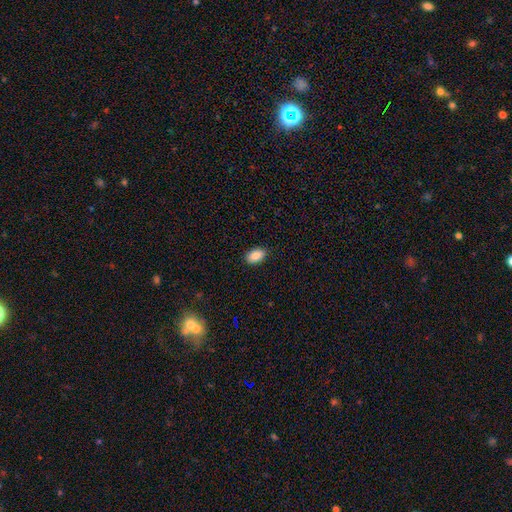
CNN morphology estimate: smooth_or_featured: smooth (p=0.88) [alt: star or artifact p=0.08]
how_rounded: in between (p=0.92) [alt: round p=0.07]
merging: none (p=0.89) [alt: minor disturbance p=0.09]